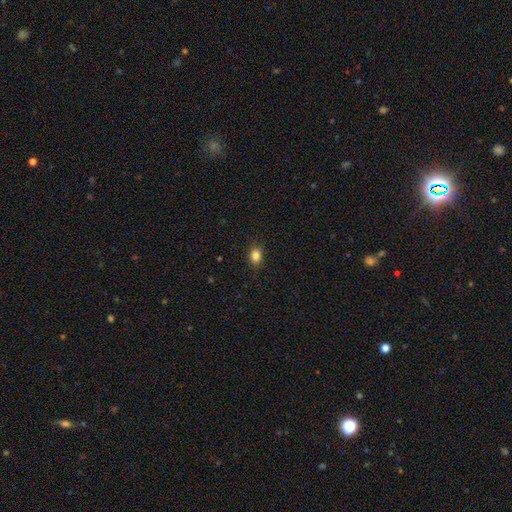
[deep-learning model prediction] smooth_or_featured: smooth (p=0.85) [alt: star or artifact p=0.10]
how_rounded: in between (p=0.66) [alt: round p=0.33]
merging: none (p=0.87) [alt: minor disturbance p=0.09]